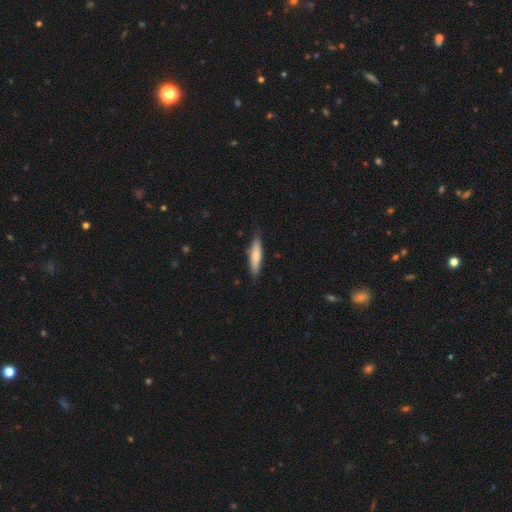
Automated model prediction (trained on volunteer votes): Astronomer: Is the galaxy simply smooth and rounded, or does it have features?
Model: smooth — 71%.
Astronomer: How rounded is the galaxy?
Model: cigar-shaped — 79%.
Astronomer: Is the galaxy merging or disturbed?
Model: none — 82%.